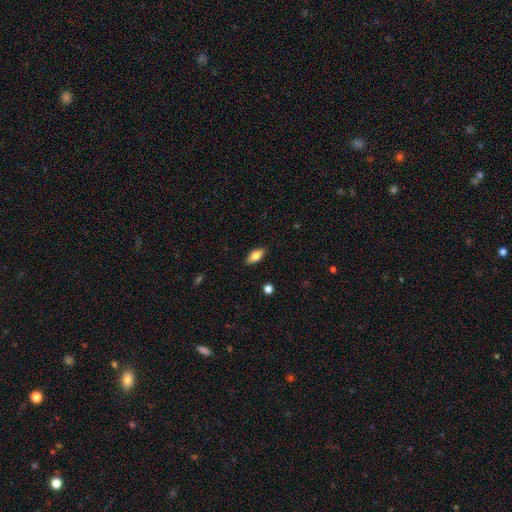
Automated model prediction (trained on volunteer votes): smooth-or-featured: smooth: 78% | featured or disk: 15% | star or artifact: 7%
  how-rounded: in between: 88% | cigar-shaped: 9% | round: 3%
  merging: none: 86% | minor disturbance: 10% | major disturbance: 2% | merger: 1%